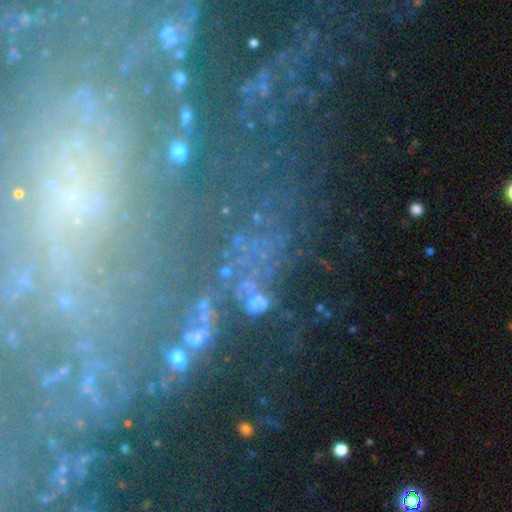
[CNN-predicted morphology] type=featured or disk (58%); edge-on=no (91%); bar=no (63%); spiral arms=yes (82%); bulge=small (61%); merging=none (68%).